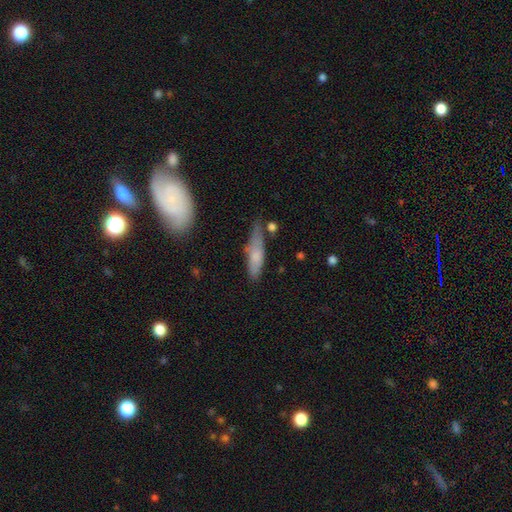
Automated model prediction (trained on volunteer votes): Morphology: type=smooth (67%); roundness=cigar-shaped (64%); merging=none (57%).